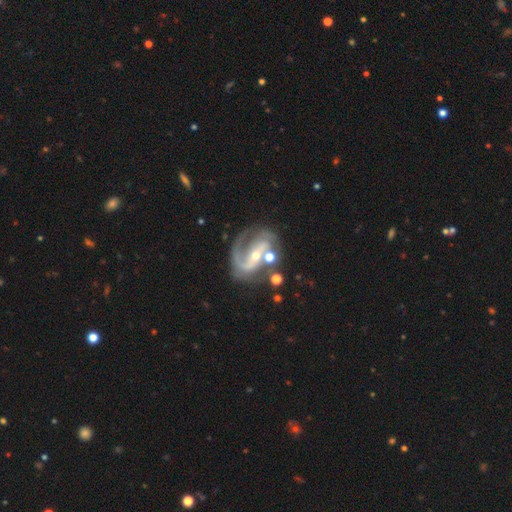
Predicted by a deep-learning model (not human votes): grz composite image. It shows a featured or disk galaxy (88%) with a strong bar (42%), 2 (73%) medium (50%) spiral arms (95%) and a small central bulge (61%). Merging: none (56%).